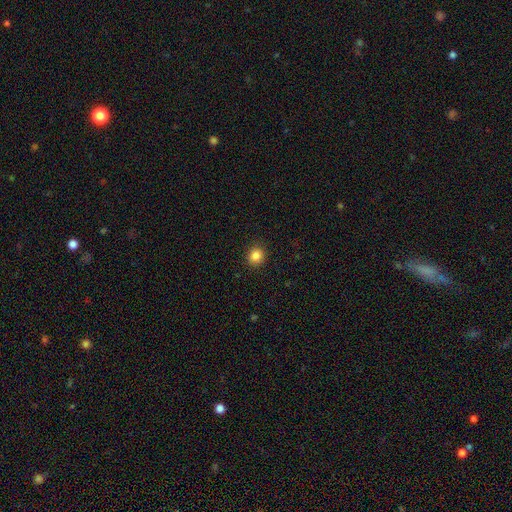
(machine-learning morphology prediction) Smooth or featured? Predicted: smooth (p=0.85). How rounded? Predicted: round (p=0.83). Merging? Predicted: none (p=0.91).